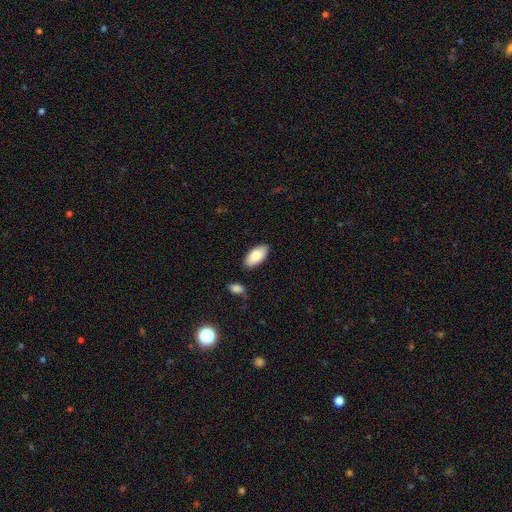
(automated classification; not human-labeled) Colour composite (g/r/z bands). It shows a smooth galaxy with no disk features (80%) that is in between round and cigar-shaped (93%). Merging: none (86%).